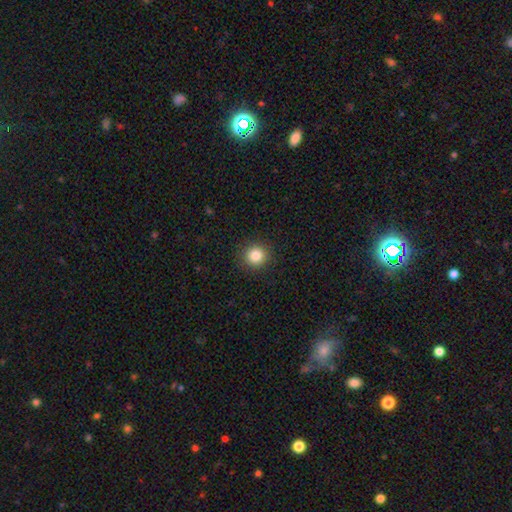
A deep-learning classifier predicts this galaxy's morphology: A smooth galaxy with no disk features (84%) that is round (93%). Merging: none (91%).